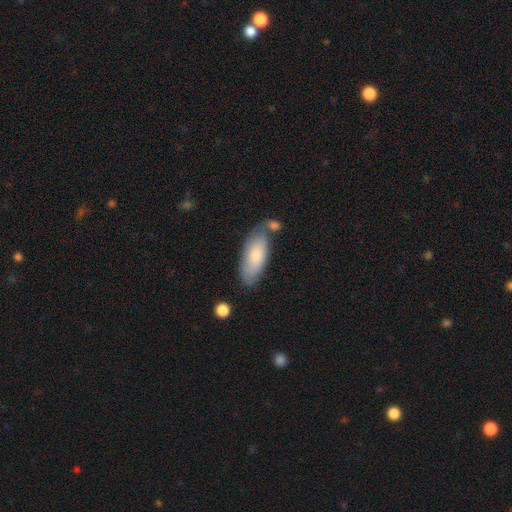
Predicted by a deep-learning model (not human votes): Smooth or featured? smooth (75%)
How rounded? in between (82%)
Merging? none (59%)